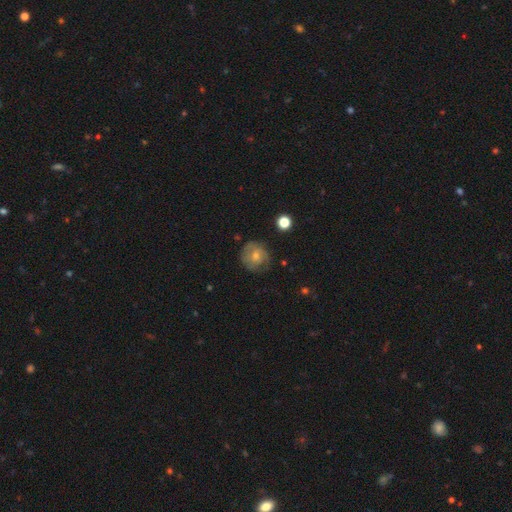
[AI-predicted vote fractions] Smooth or featured: featured or disk — 53% (smooth — 39%)
Edge-on disk: no — 97% (yes — 3%)
Bar: no — 65% (weak — 30%)
Spiral arms: yes — 80% (no — 20%)
Bulge size: small — 49% (moderate — 44%)
Merging: none — 69% (minor disturbance — 21%)